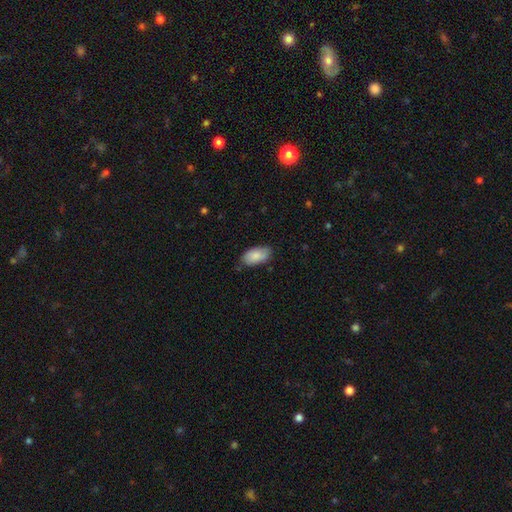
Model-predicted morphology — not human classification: Smooth or featured?
  - smooth: 83% *
  - featured or disk: 10%
  - star or artifact: 6%
How rounded?
  - in between: 94% *
  - round: 3%
  - cigar-shaped: 2%
Merging?
  - none: 74% *
  - minor disturbance: 21%
  - major disturbance: 3%
  - merger: 2%